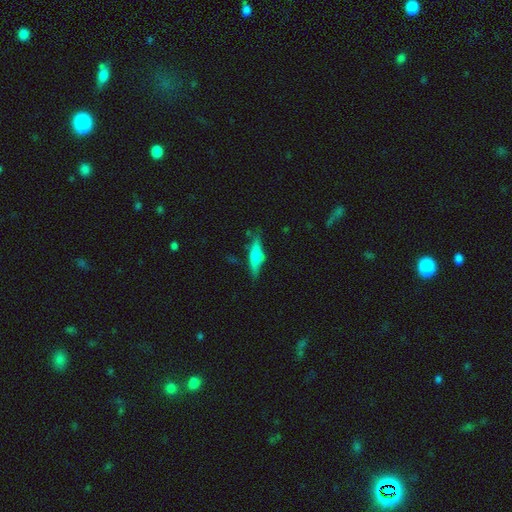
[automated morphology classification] Smooth or featured? featured or disk (48%)
Merging? none (74%)